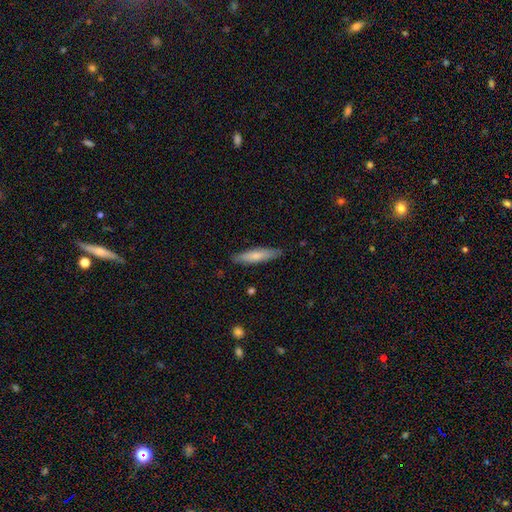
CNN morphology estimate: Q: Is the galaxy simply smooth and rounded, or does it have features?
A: smooth — 71%.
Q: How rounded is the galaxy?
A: cigar-shaped — 82%.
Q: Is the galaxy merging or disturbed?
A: none — 87%.